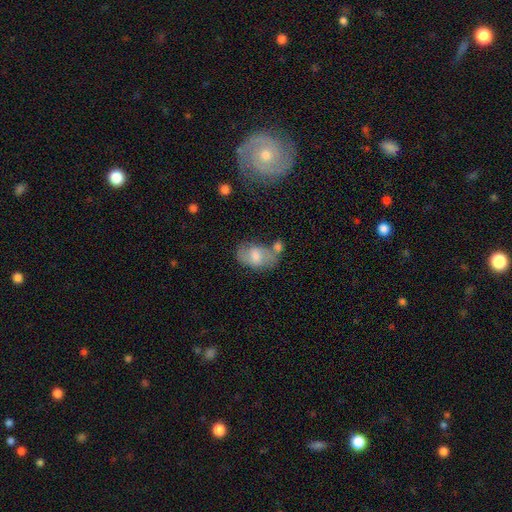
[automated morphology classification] type=smooth (58%); roundness=in between (88%); merging=none (48%).